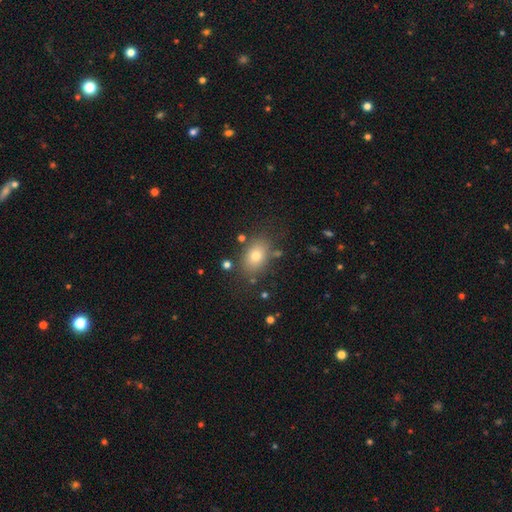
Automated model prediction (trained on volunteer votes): The model was most divided on "how rounded": in between: 77%, round: 22%, cigar-shaped: 1%. More confident: merging — none (79%); smooth or featured — smooth (74%).